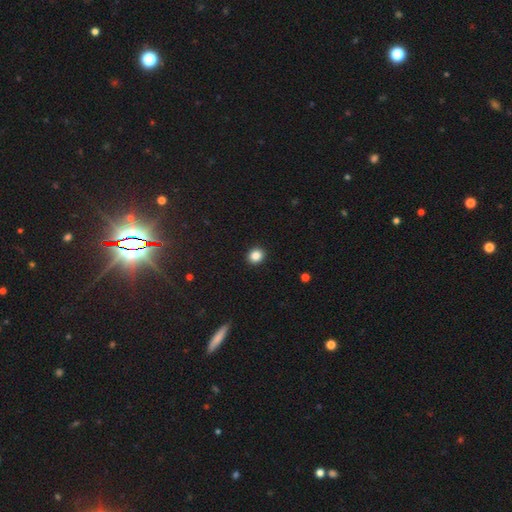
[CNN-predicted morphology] A smooth galaxy with no disk features (85%) that is round (76%). Merging: none (93%).